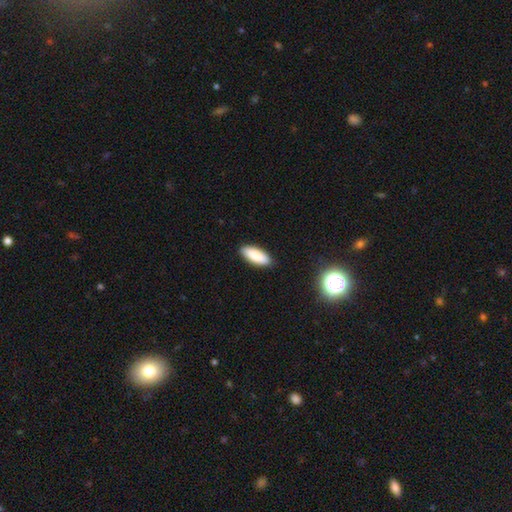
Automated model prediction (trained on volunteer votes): A smooth galaxy with no disk features (87%) that is in between round and cigar-shaped (74%).

Vote fractions:
- Smooth or featured? smooth: 87% / featured or disk: 7% / star or artifact: 7%
- How rounded? in between: 74% / cigar-shaped: 25% / round: 2%
- Merging? none: 89% / minor disturbance: 8% / major disturbance: 2% / merger: 1%